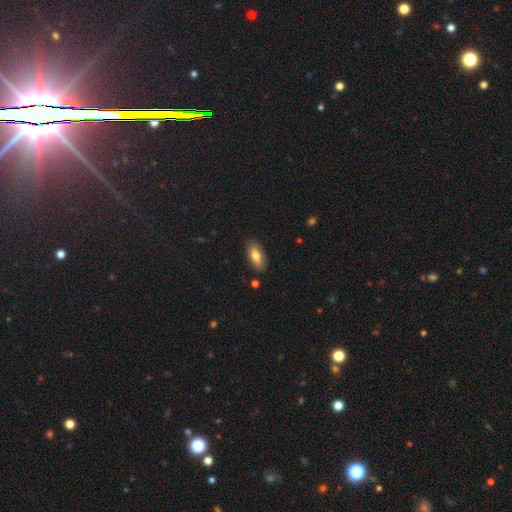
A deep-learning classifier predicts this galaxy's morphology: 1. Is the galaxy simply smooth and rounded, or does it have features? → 75% smooth, 19% featured or disk, 7% star or artifact.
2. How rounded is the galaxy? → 84% in between, 14% cigar-shaped, 3% round.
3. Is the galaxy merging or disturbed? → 85% none, 11% minor disturbance, 2% major disturbance, 2% merger.